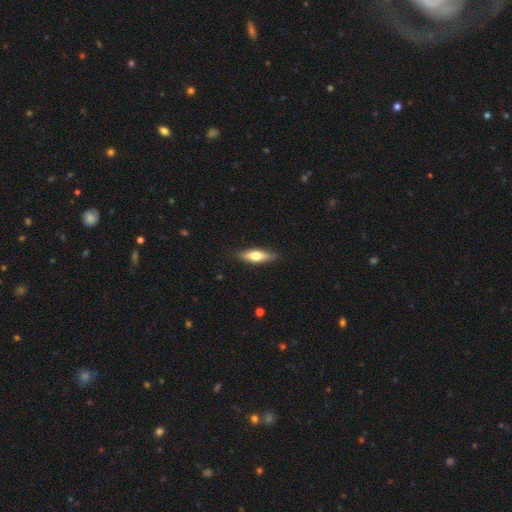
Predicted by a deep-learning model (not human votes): Q: Smooth or featured?
A: smooth (53%); runner-up: featured or disk (41%)
Q: How rounded?
A: cigar-shaped (53%); runner-up: in between (44%)
Q: Merging?
A: none (87%); runner-up: minor disturbance (10%)